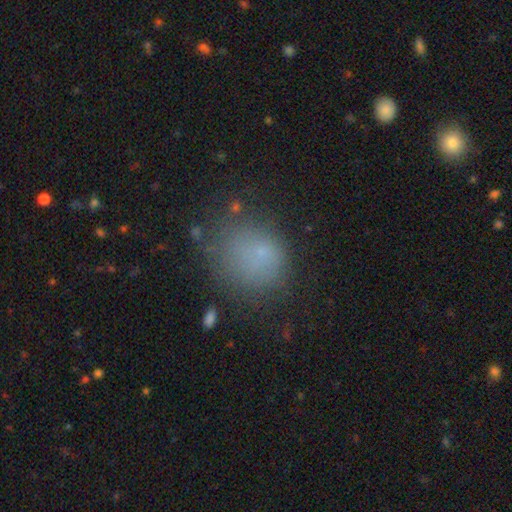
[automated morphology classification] Smooth or featured? smooth (70%)
How rounded? round (69%)
Merging? none (60%)